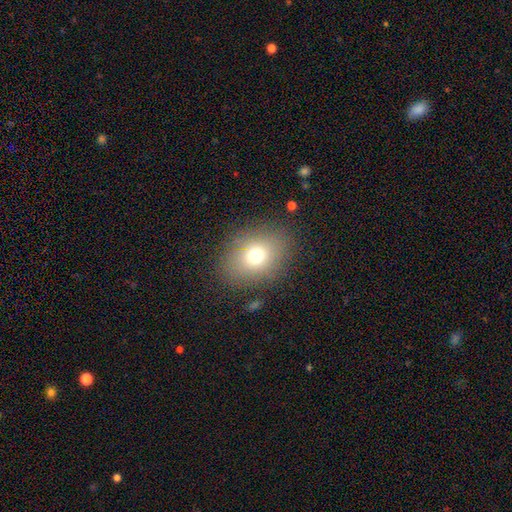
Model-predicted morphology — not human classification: Smooth or featured? Predicted: smooth (p=0.73). How rounded? Predicted: in between (p=0.60). Merging? Predicted: none (p=0.84).